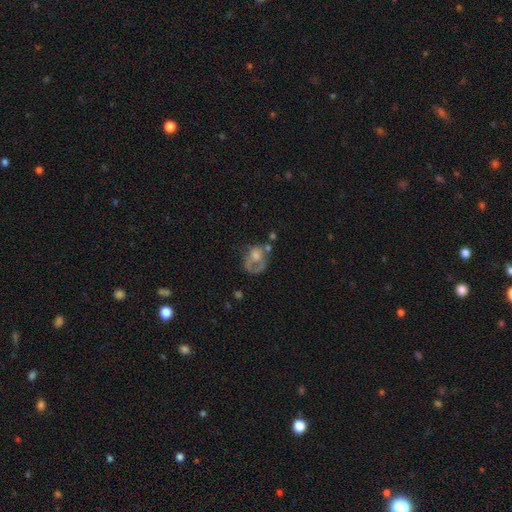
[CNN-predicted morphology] Overall: featured or disk (51%; smooth 38%). Edge-on disk: no (97%). Merging: major disturbance (34%; none 32%).